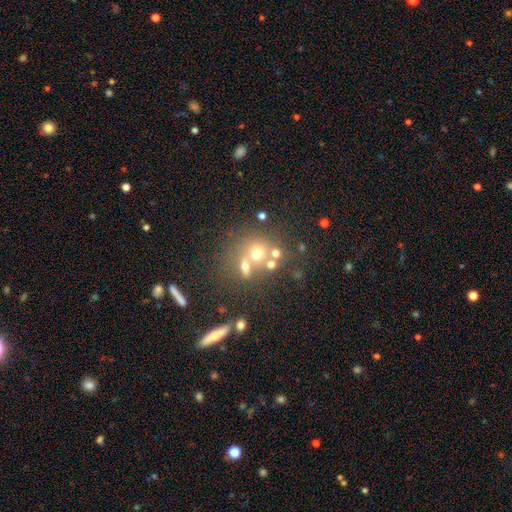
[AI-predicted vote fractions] A smooth galaxy with no disk features (54%) that is round (78%).

Vote fractions:
- Smooth or featured? smooth: 54% / star or artifact: 23% / featured or disk: 23%
- How rounded? round: 78% / in between: 20% / cigar-shaped: 2%
- Merging? none: 45% / merger: 39% / minor disturbance: 10% / major disturbance: 6%